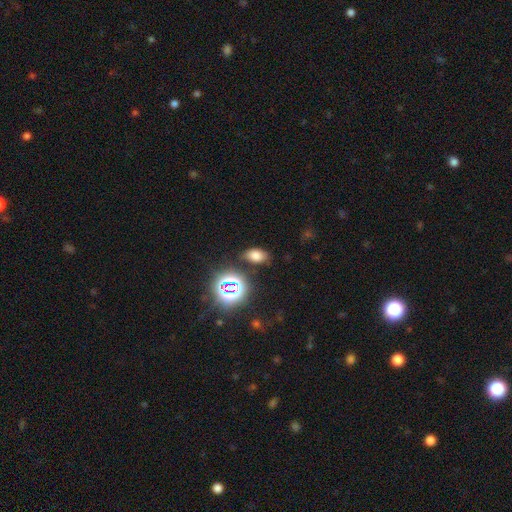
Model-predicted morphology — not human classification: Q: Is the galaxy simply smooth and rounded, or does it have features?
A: smooth — 69%.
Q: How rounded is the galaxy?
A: in between — 87%.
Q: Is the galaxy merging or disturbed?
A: none — 81%.